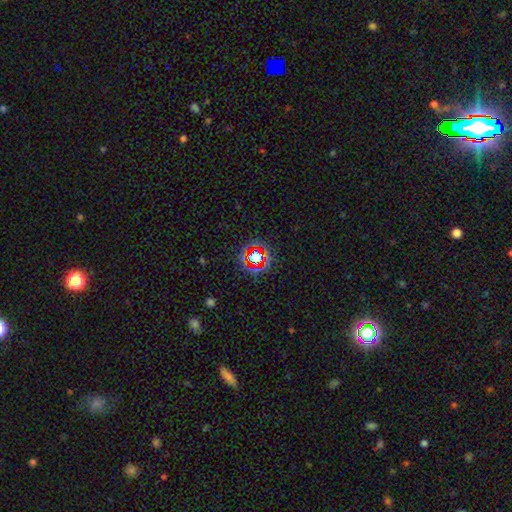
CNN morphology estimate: Smooth or featured?
  - star or artifact: 68% *
  - smooth: 20%
  - featured or disk: 12%